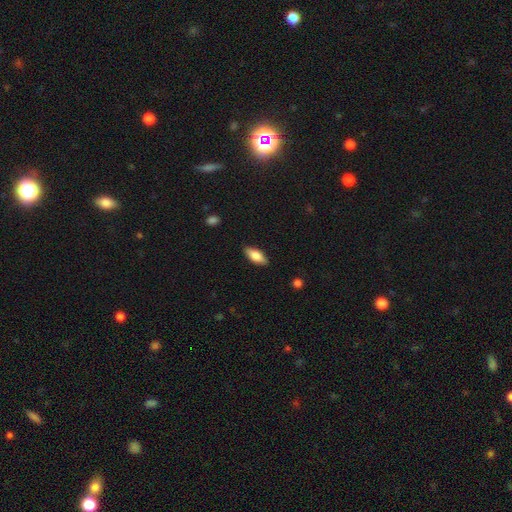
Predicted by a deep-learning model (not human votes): Smooth or featured: smooth — 73% (featured or disk — 21%)
How rounded: in between — 78% (cigar-shaped — 20%)
Merging: none — 86% (minor disturbance — 10%)